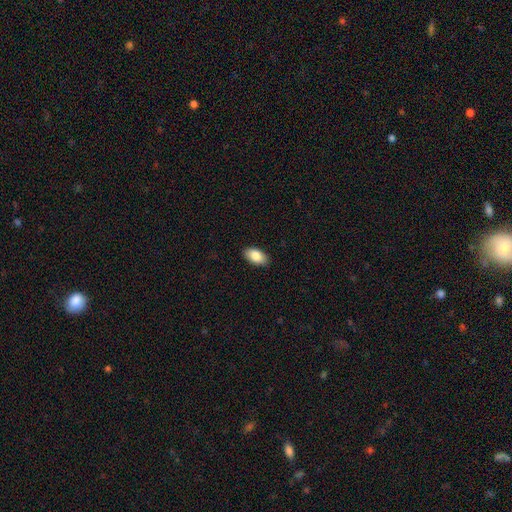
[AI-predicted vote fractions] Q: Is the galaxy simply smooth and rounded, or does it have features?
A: smooth — 86%.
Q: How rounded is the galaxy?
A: in between — 94%.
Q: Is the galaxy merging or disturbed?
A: none — 90%.